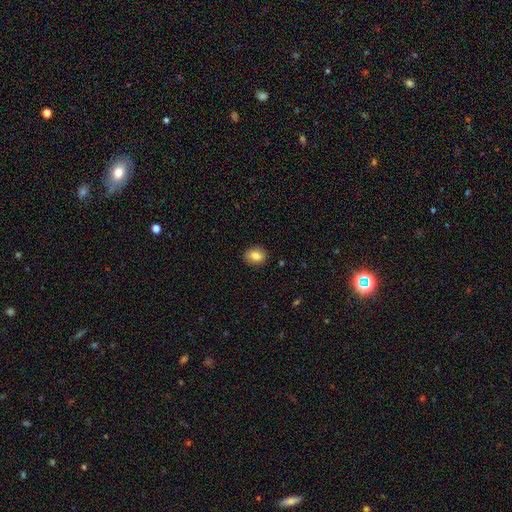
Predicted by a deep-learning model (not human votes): Smooth or featured: smooth — 83% (star or artifact — 9%)
How rounded: round — 51% (in between — 48%)
Merging: none — 87% (minor disturbance — 10%)